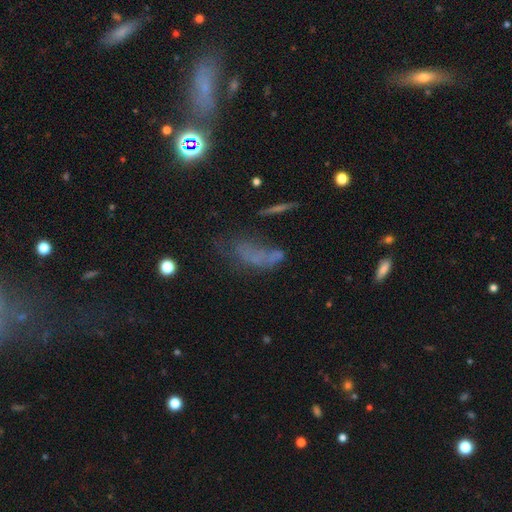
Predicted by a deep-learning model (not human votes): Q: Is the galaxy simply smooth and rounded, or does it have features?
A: smooth — 41%.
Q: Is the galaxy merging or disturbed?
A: major disturbance — 34%.